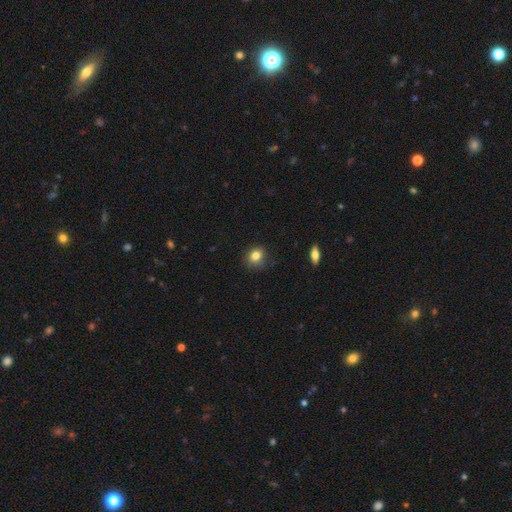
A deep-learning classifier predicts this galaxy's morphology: Smooth or featured? Predicted: smooth (p=0.82). How rounded? Predicted: round (p=0.74). Merging? Predicted: none (p=0.84).